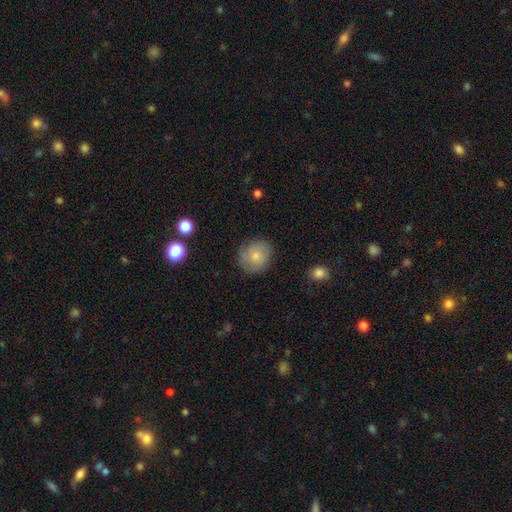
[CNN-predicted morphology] smooth_or_featured: smooth (p=0.72) [alt: featured or disk p=0.20]
how_rounded: round (p=0.83) [alt: in between p=0.16]
merging: none (p=0.76) [alt: minor disturbance p=0.18]